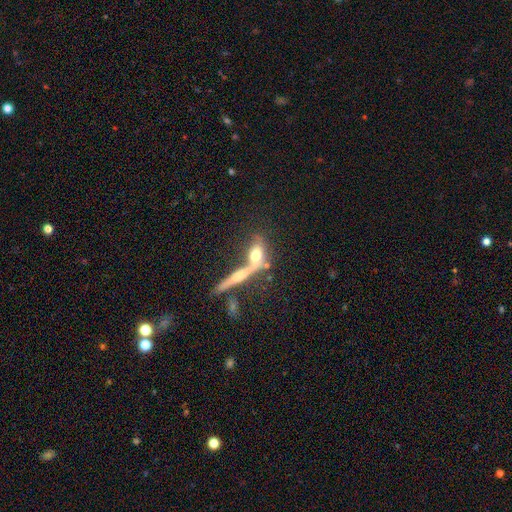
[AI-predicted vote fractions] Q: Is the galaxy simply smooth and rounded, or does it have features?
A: smooth — 57%.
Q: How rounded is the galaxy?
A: in between — 57%.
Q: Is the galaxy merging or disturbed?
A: merger — 42%.